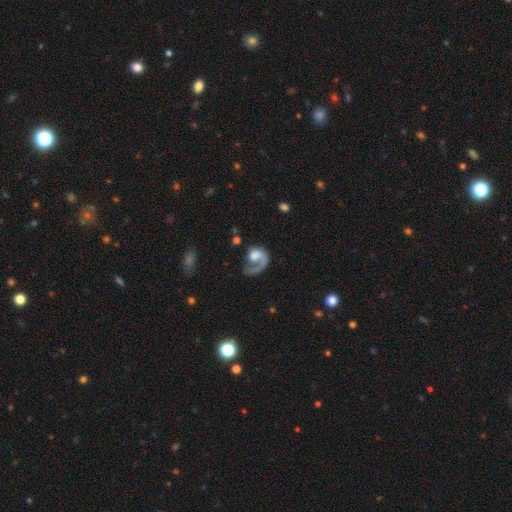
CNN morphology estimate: Overall: featured or disk (64%; smooth 29%). Edge-on disk: no (98%). Bar: no (77%). Spiral arms: yes (82%). Spiral arm count: 1 (90%). Spiral winding: loose (51%; medium 29%). Bulge size: moderate (30%; large 24%). Merging: major disturbance (47%; none 31%).